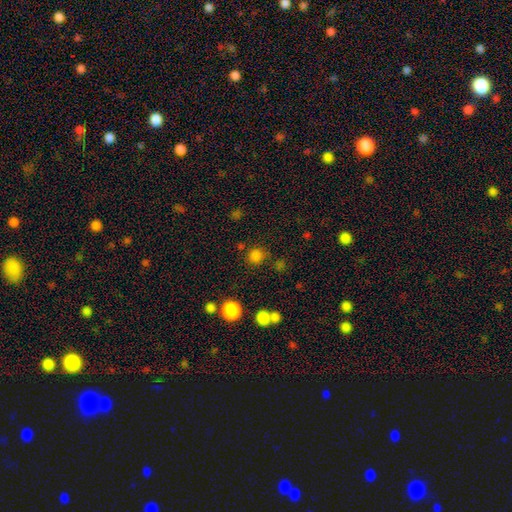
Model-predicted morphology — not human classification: Q: Smooth or featured?
A: smooth (79%); runner-up: star or artifact (17%)
Q: How rounded?
A: round (90%); runner-up: in between (9%)
Q: Merging?
A: none (79%); runner-up: minor disturbance (10%)